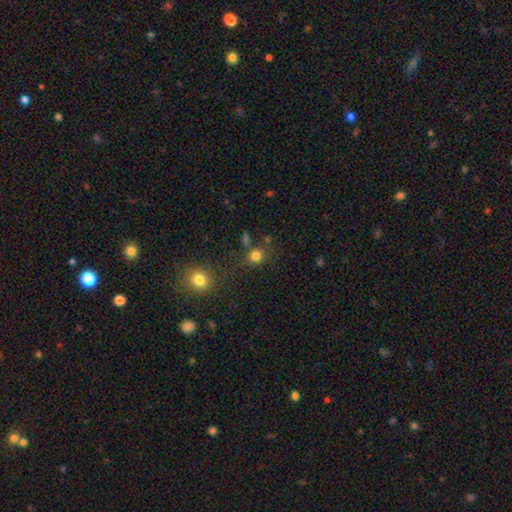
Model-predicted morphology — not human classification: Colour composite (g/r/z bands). It shows a smooth galaxy with no disk features (79%) that is round (85%). Merging: none (71%).